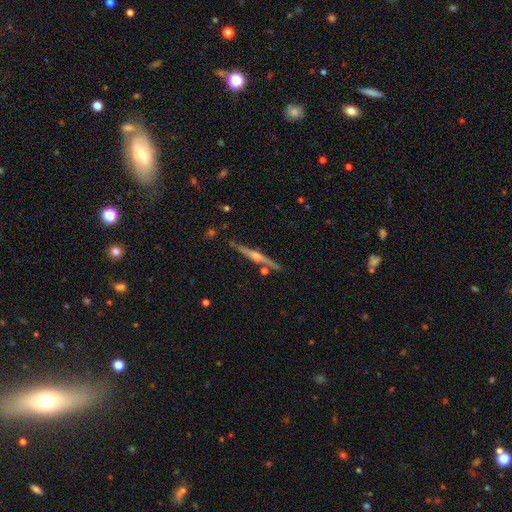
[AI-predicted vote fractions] Smooth or featured? Predicted: featured or disk (p=0.81). Edge-on disk? Predicted: yes (p=0.98). Edge-on bulge? Predicted: rounded (p=0.84). Merging? Predicted: none (p=0.86).